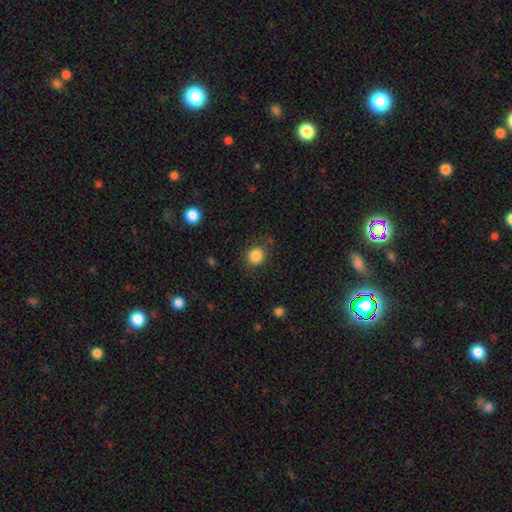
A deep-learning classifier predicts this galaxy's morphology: A smooth galaxy with no disk features (85%) that is round (81%).

Vote fractions:
- Smooth or featured? smooth: 85% / star or artifact: 10% / featured or disk: 5%
- How rounded? round: 81% / in between: 18% / cigar-shaped: 1%
- Merging? none: 83% / minor disturbance: 11% / major disturbance: 4% / merger: 2%